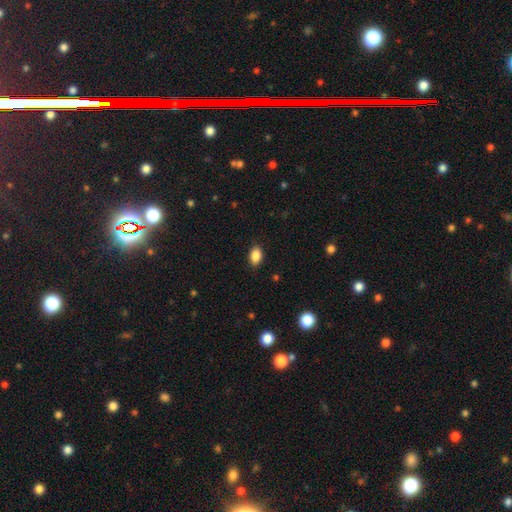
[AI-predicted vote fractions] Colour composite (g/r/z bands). It shows a smooth galaxy with no disk features (88%) that is in between round and cigar-shaped (87%). Merging: none (87%).